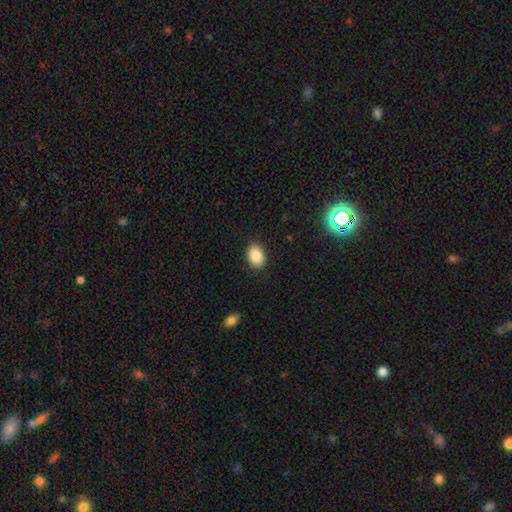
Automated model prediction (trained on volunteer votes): smooth_or_featured: smooth (p=0.86) [alt: star or artifact p=0.08]
how_rounded: in between (p=0.79) [alt: round p=0.20]
merging: none (p=0.88) [alt: minor disturbance p=0.08]